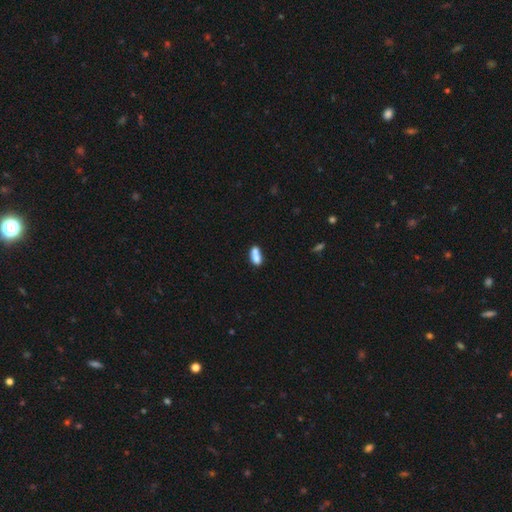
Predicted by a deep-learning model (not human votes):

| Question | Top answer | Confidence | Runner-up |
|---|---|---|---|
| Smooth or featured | smooth | 74% | featured or disk (17%) |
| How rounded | in between | 79% | round (13%) |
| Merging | merger | 58% | none (27%) |